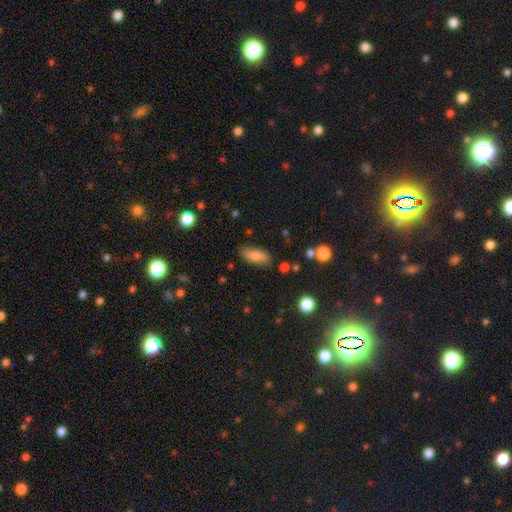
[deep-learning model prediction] The model was most divided on "how rounded": in between: 76%, cigar-shaped: 22%, round: 3%. More confident: smooth or featured — smooth (81%); merging — none (79%).